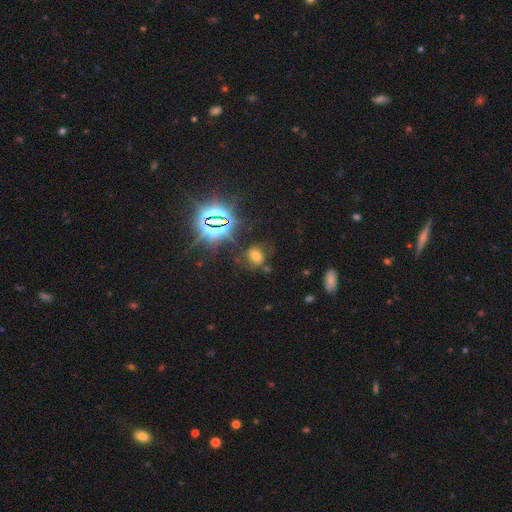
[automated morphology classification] Smooth or featured: smooth — 45% (star or artifact — 41%)
Merging: none — 70% (minor disturbance — 16%)